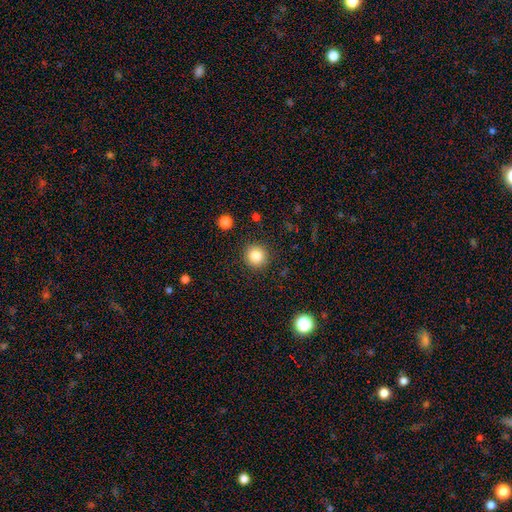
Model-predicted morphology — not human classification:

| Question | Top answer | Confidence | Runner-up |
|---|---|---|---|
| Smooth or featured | smooth | 84% | star or artifact (11%) |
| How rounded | round | 94% | in between (5%) |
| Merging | none | 90% | minor disturbance (6%) |